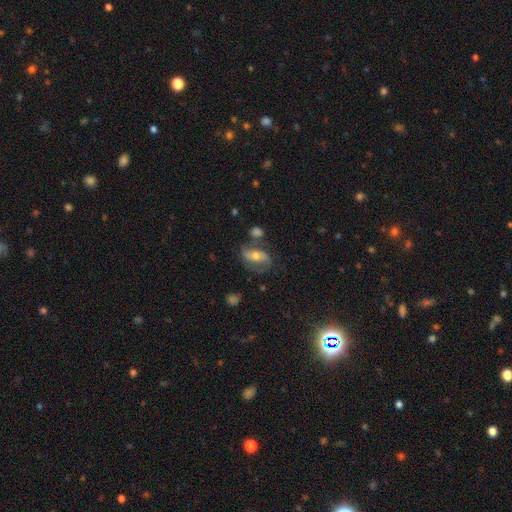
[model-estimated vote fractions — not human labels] A featured or disk galaxy (61%) with no bar (40%), spiral arms (79%) and a moderate central bulge (66%).

Vote fractions:
- Smooth or featured? featured or disk: 61% / smooth: 30% / star or artifact: 10%
- Edge-on disk? no: 92% / yes: 8%
- Bar? no: 40% / weak: 30% / strong: 30%
- Spiral arms? yes: 79% / no: 21%
- Bulge size? moderate: 66% / small: 26% / large: 5% / none: 1% / dominant: 1%
- Merging? none: 61% / minor disturbance: 19% / major disturbance: 10% / merger: 10%